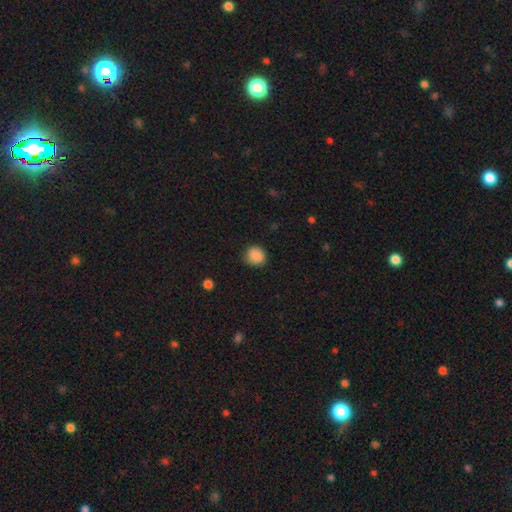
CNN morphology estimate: smooth-or-featured: smooth: 87% | star or artifact: 9% | featured or disk: 4%
  how-rounded: round: 80% | in between: 19% | cigar-shaped: 1%
  merging: none: 81% | minor disturbance: 15% | major disturbance: 3% | merger: 1%